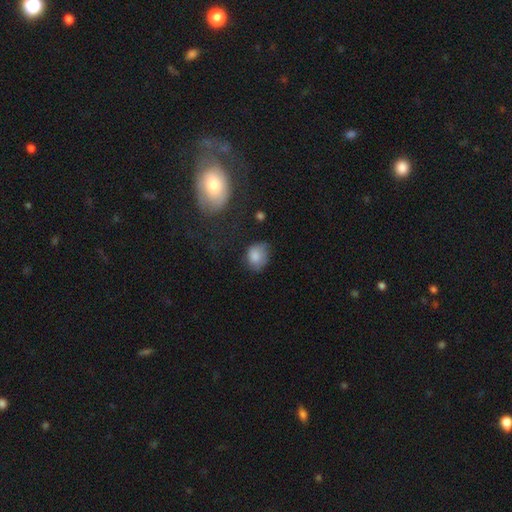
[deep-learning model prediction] Q: Smooth or featured?
A: smooth (81%); runner-up: featured or disk (10%)
Q: How rounded?
A: round (50%); runner-up: in between (49%)
Q: Merging?
A: none (50%); runner-up: minor disturbance (35%)